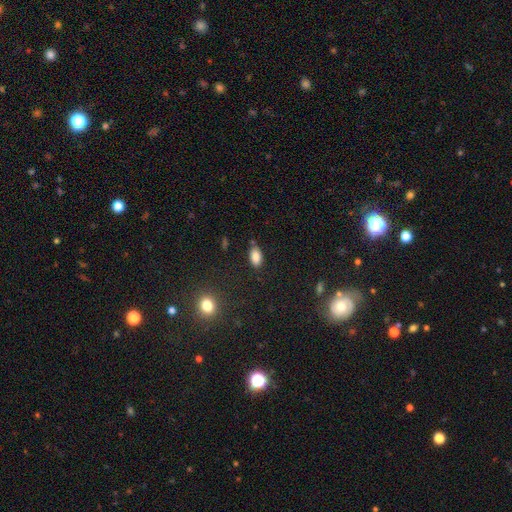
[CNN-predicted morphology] Smooth or featured? smooth (85%)
How rounded? in between (92%)
Merging? none (78%)